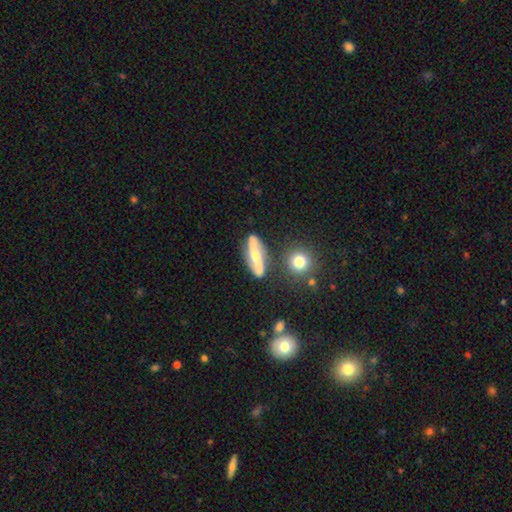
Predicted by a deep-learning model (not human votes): A featured or disk galaxy (73%) with a strong bar (35%), 2 (92%) loose (62%) spiral arms (91%) and a moderate central bulge (49%). Merging: none (78%).